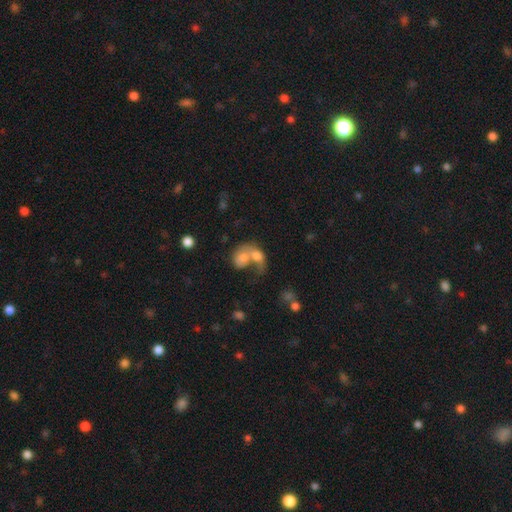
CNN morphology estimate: This is likely a smooth galaxy (63%). How rounded: likely in between (64%). Merging: likely merger (73%).